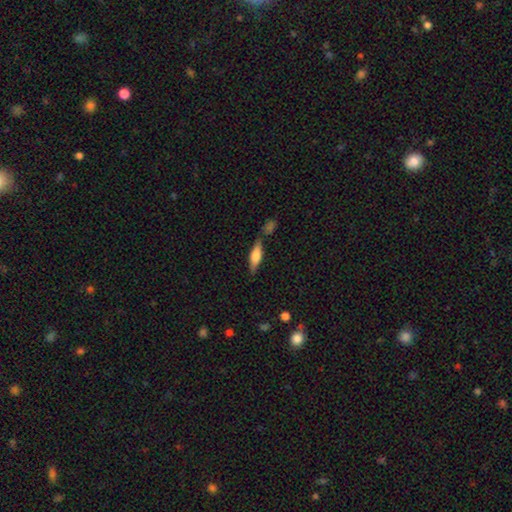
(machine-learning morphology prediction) smooth_or_featured: smooth (p=0.50) [alt: featured or disk p=0.44]
merging: none (p=0.73) [alt: minor disturbance p=0.13]